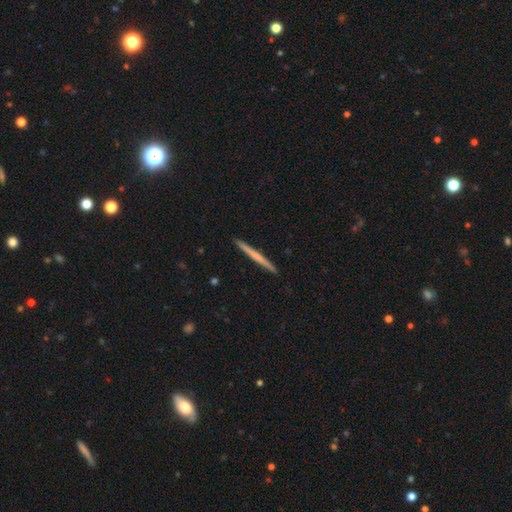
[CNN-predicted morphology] This appears to be a smooth galaxy with no disk features (51%) that is cigar-shaped (97%). Merging: none (93%).